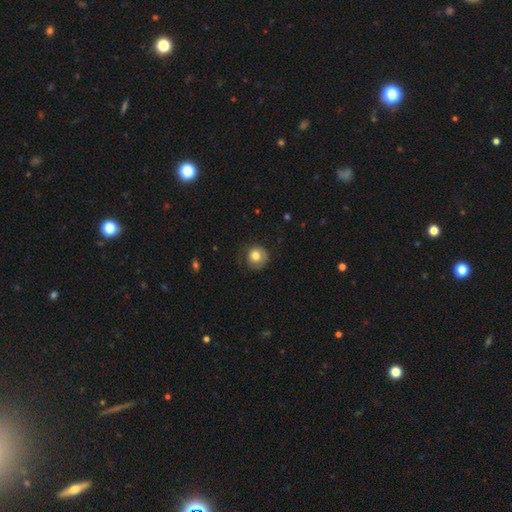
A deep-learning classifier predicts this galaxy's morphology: smooth 75%, featured or disk 17%, star or artifact 8%. Down the decision tree: how rounded — round (91%); merging — none (69%).